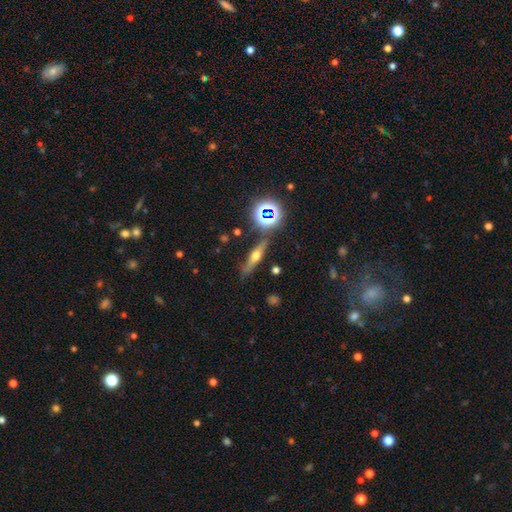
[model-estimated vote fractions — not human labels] Smooth or featured? featured or disk (56%)
Edge-on disk? yes (93%)
Edge-on bulge? rounded (93%)
Merging? none (83%)